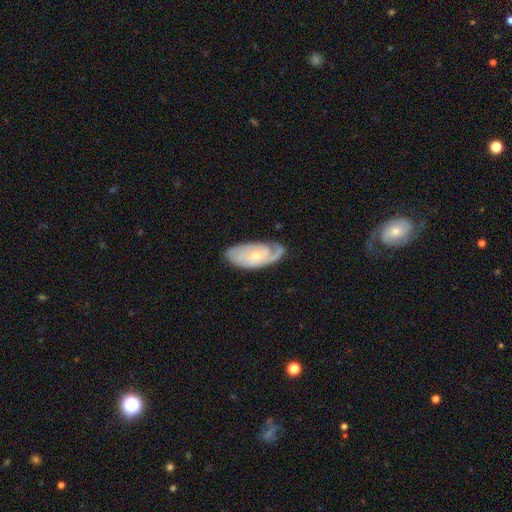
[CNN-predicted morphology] type=featured or disk (75%); edge-on=no (93%); bar=no (74%); spiral arms=yes (91%); winding=tight (60%); arm count=2 (36%); bulge=small (68%); merging=none (67%).